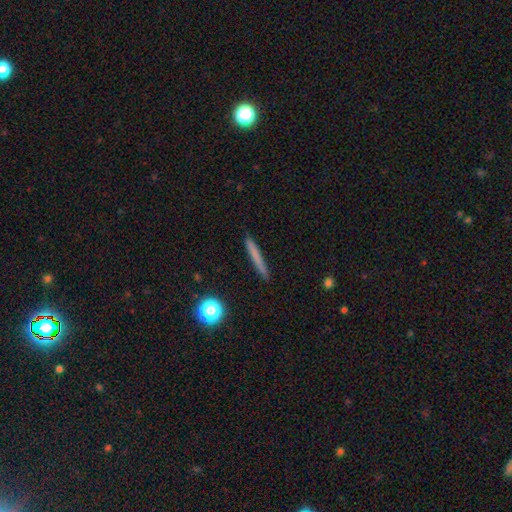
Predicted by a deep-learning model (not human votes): Morphology: type=smooth (67%); roundness=cigar-shaped (95%); merging=none (90%).